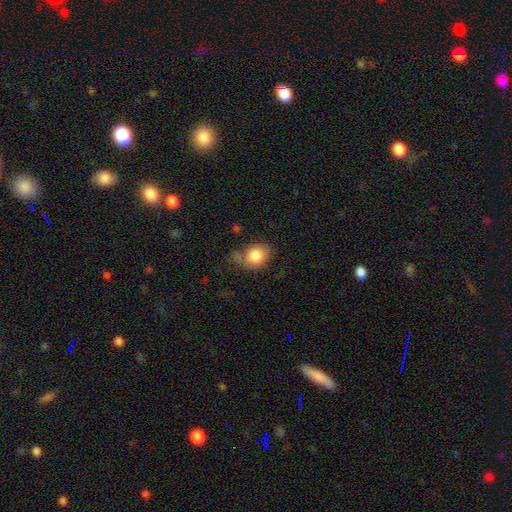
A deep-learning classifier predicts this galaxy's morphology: The model was most divided on "how rounded": round: 57%, in between: 42%, cigar-shaped: 1%. More confident: smooth or featured — smooth (83%); merging — none (50%).